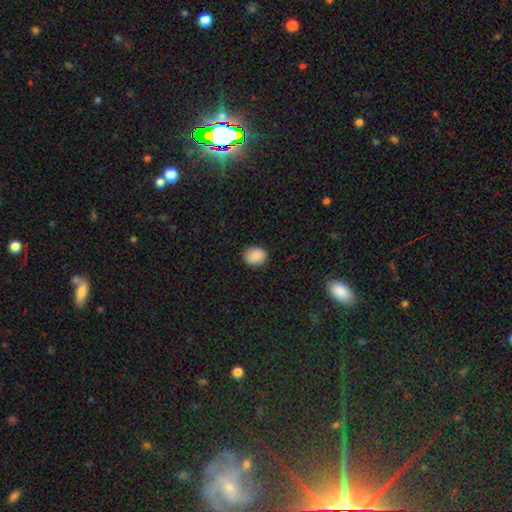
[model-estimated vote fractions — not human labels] Overall: smooth (87%). How rounded: round (68%; in between 31%). Merging: none (87%).